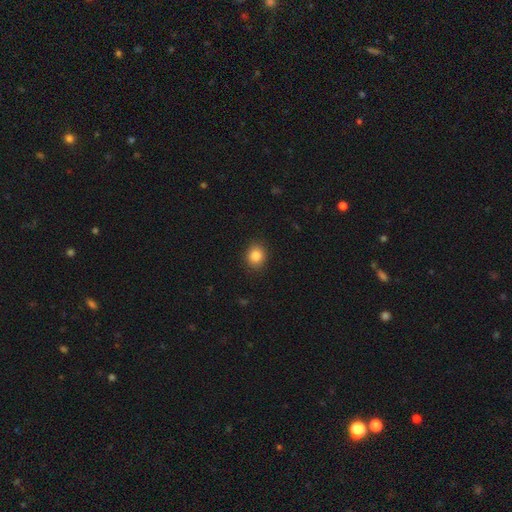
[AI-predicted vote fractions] Smooth or featured? Predicted: smooth (p=0.86). How rounded? Predicted: round (p=0.73). Merging? Predicted: none (p=0.90).